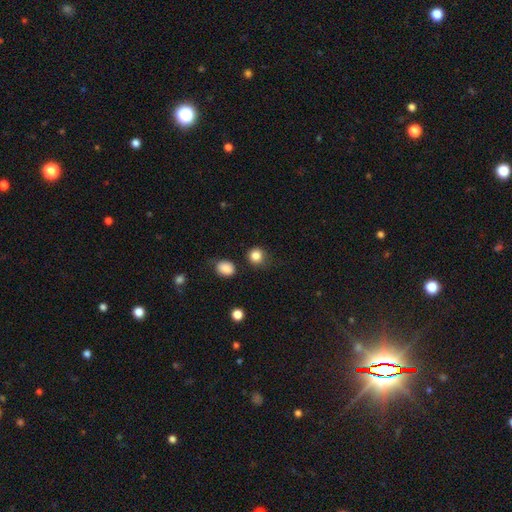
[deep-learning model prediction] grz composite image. It shows a smooth galaxy with no disk features (85%) that is round (87%). Merging: none (77%).